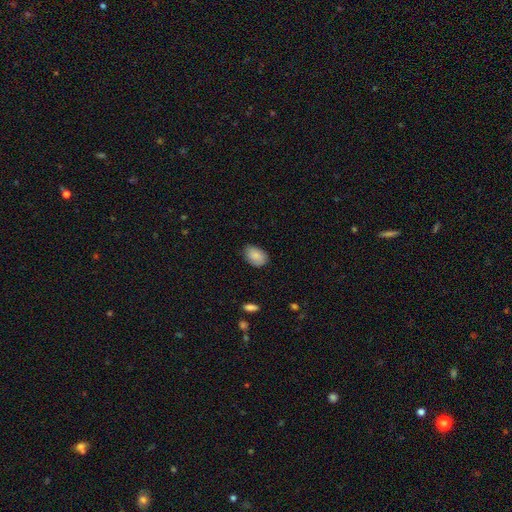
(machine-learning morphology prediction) Q: Smooth or featured?
A: smooth (86%); runner-up: star or artifact (7%)
Q: How rounded?
A: in between (84%); runner-up: round (14%)
Q: Merging?
A: none (79%); runner-up: minor disturbance (17%)